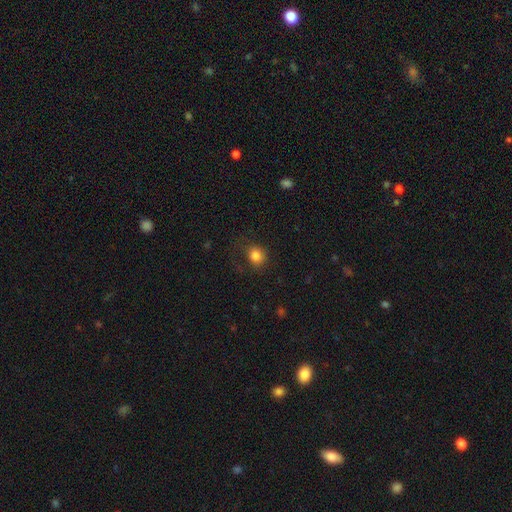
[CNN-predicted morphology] This appears to be a smooth galaxy with no disk features (83%) that is round (80%). Merging: none (74%).